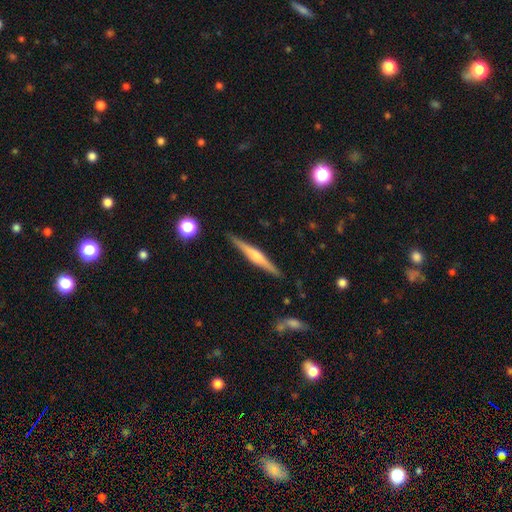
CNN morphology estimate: A featured or disk galaxy (68%) viewed edge-on (98%) with a rounded central bulge (73%).

Vote fractions:
- Smooth or featured? featured or disk: 68% / smooth: 26% / star or artifact: 6%
- Edge-on disk? yes: 98% / no: 2%
- Edge-on bulge? rounded: 73% / boxy: 17% / none: 11%
- Merging? none: 90% / minor disturbance: 7% / major disturbance: 1% / merger: 1%